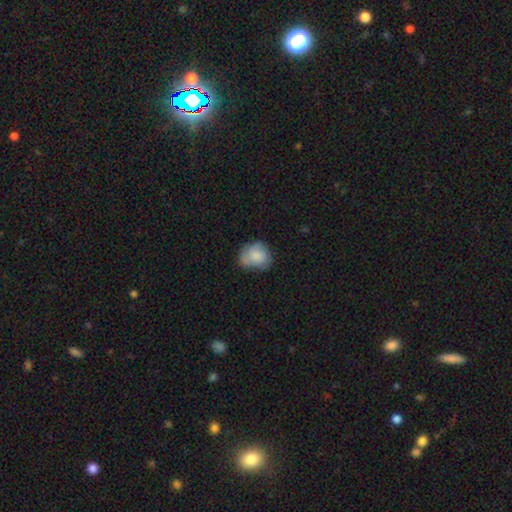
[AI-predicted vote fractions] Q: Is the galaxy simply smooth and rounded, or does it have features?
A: smooth — 76%.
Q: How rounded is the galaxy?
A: round — 57%.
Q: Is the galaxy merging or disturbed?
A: none — 54%.